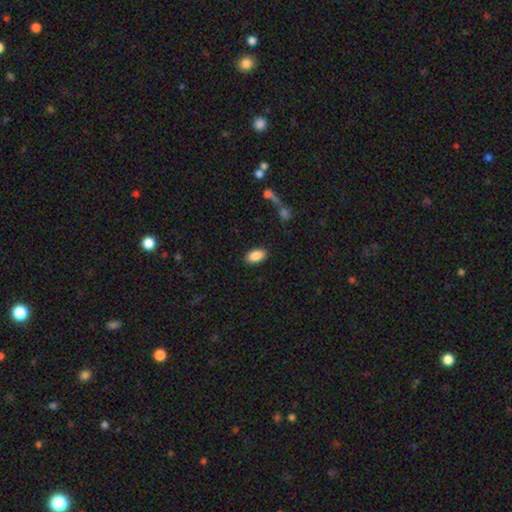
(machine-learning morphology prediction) This is clearly a smooth galaxy (88%). How rounded: clearly in between (93%). Merging: clearly none (87%).